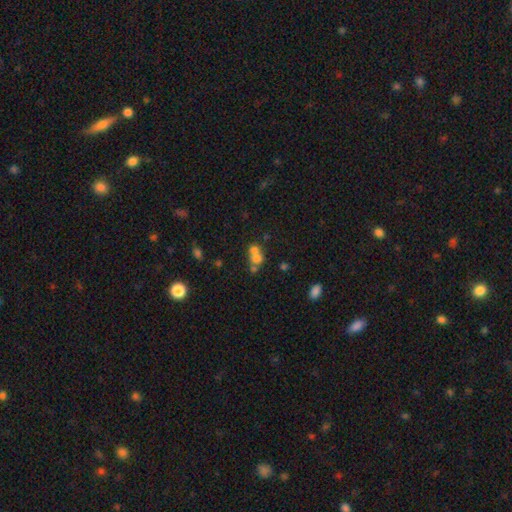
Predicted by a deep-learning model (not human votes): Smooth or featured? Predicted: smooth (p=0.62). How rounded? Predicted: round (p=0.73). Merging? Predicted: merger (p=0.63).